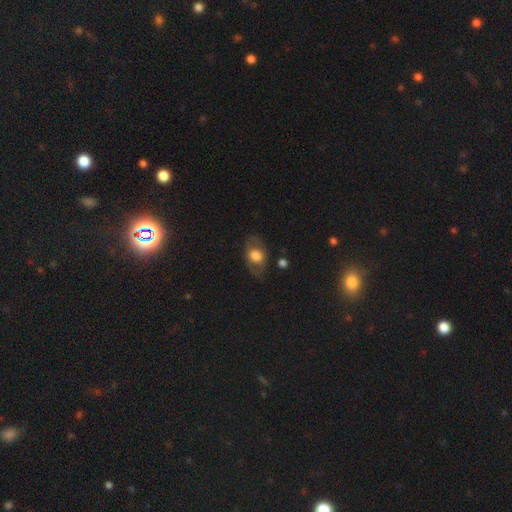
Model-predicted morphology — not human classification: A smooth galaxy with no disk features (60%) that is in between round and cigar-shaped (78%).

Vote fractions:
- Smooth or featured? smooth: 60% / featured or disk: 33% / star or artifact: 7%
- How rounded? in between: 78% / round: 20% / cigar-shaped: 2%
- Merging? none: 76% / minor disturbance: 15% / major disturbance: 7% / merger: 2%